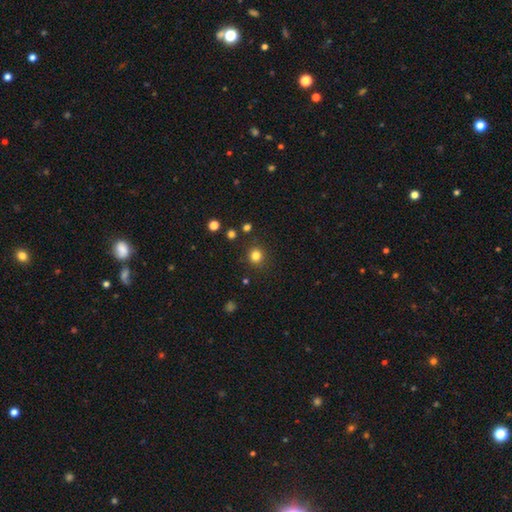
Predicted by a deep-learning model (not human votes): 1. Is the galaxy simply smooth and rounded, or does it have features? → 81% smooth, 14% star or artifact, 5% featured or disk.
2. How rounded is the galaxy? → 90% round, 9% in between, 1% cigar-shaped.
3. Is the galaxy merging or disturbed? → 87% none, 8% minor disturbance, 3% major disturbance, 2% merger.